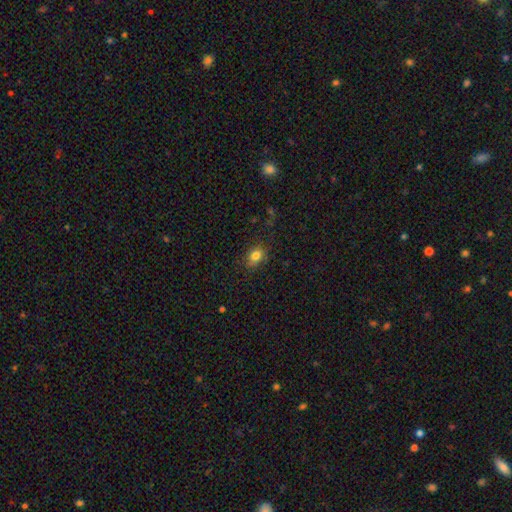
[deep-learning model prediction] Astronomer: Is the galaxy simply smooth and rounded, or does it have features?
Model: smooth — 81%.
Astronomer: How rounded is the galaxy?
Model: in between — 61% (runner-up: round, 38%).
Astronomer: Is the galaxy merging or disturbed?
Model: none — 80%.